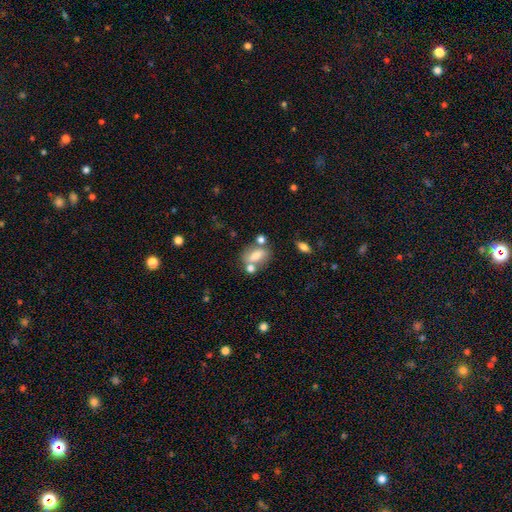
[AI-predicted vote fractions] This appears to be a smooth galaxy with no disk features (67%) that is in between round and cigar-shaped (78%). Merging: none (57%).